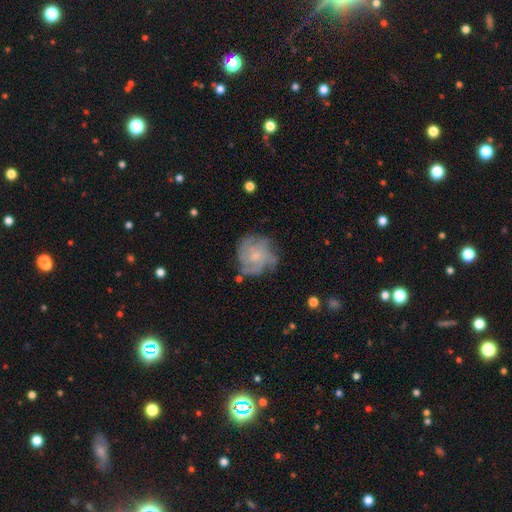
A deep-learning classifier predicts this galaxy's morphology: The model was most divided on "spiral winding": tight: 48%, medium: 37%, loose: 15%. Remaining: edge-on disk — no (98%); spiral arms — yes (85%); bar — no (78%); smooth or featured — featured or disk (68%); merging — none (66%); bulge size — small (63%); spiral arm count — can't tell (37%).